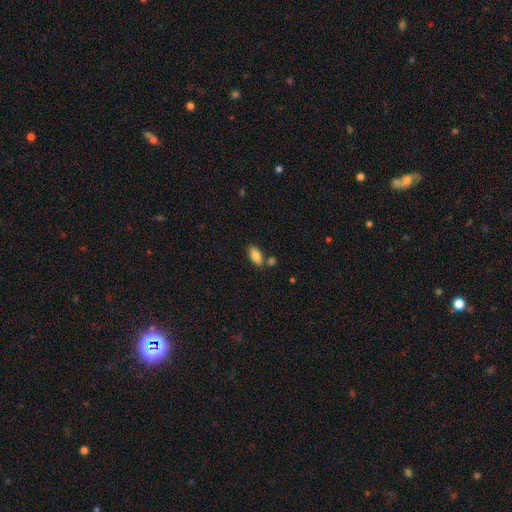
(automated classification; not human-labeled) Smooth or featured? smooth (85%)
How rounded? in between (90%)
Merging? none (74%)